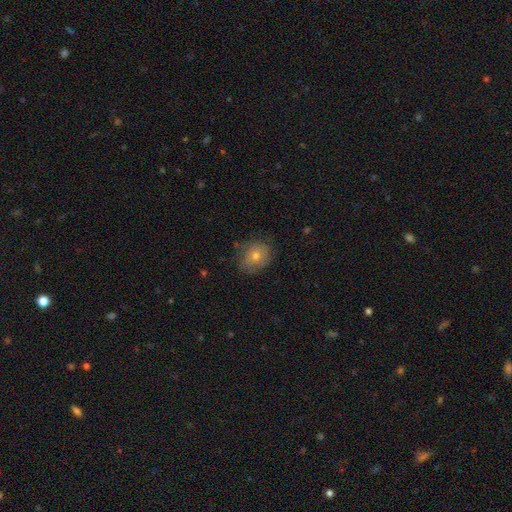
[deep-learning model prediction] A smooth galaxy with no disk features (63%) that is round (61%).

Vote fractions:
- Smooth or featured? smooth: 63% / featured or disk: 25% / star or artifact: 12%
- How rounded? round: 61% / in between: 38% / cigar-shaped: 1%
- Merging? none: 75% / minor disturbance: 19% / major disturbance: 5% / merger: 1%